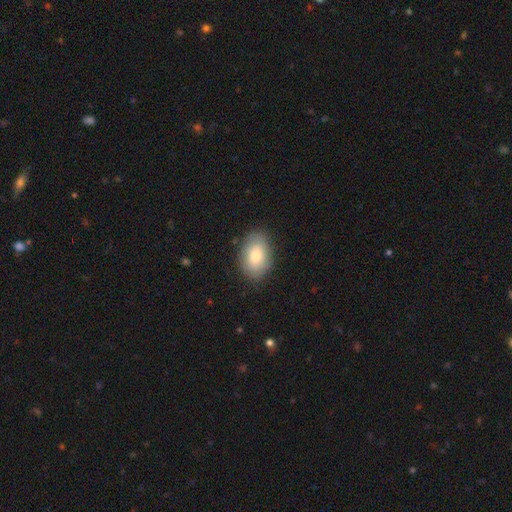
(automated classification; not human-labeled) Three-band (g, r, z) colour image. It shows a smooth galaxy with no disk features (76%) that is in between round and cigar-shaped (87%). Merging: none (85%).